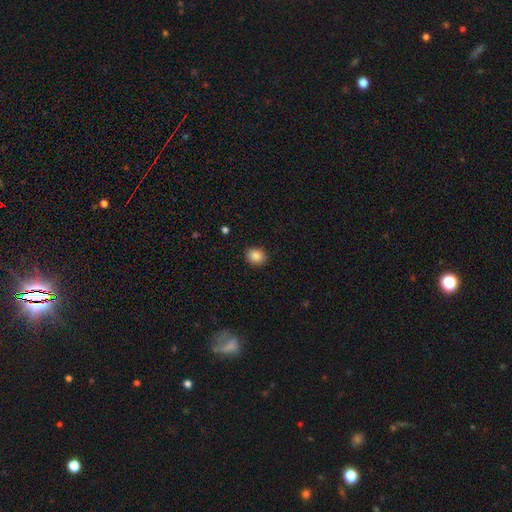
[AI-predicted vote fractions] A smooth galaxy with no disk features (86%) that is round (63%). Merging: none (90%).